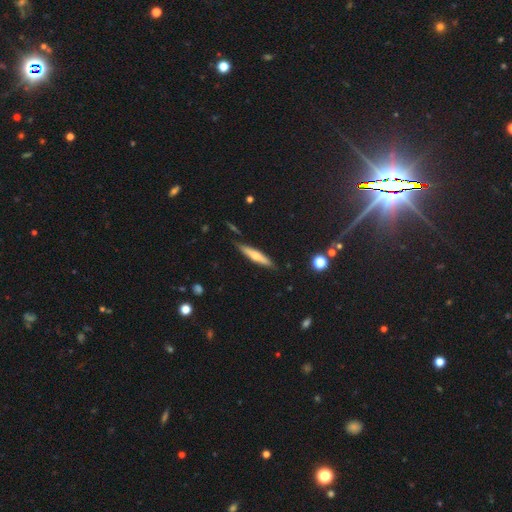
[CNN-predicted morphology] Overall: smooth (48%; featured or disk 45%). Merging: none (83%).